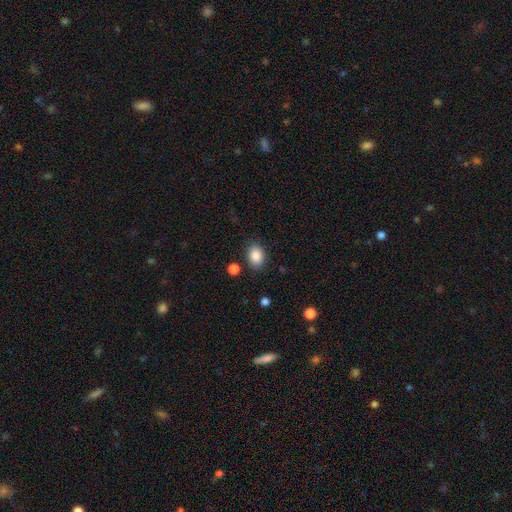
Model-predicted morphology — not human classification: Smooth or featured: smooth — 87% (star or artifact — 8%)
How rounded: in between — 75% (round — 24%)
Merging: none — 82% (minor disturbance — 11%)